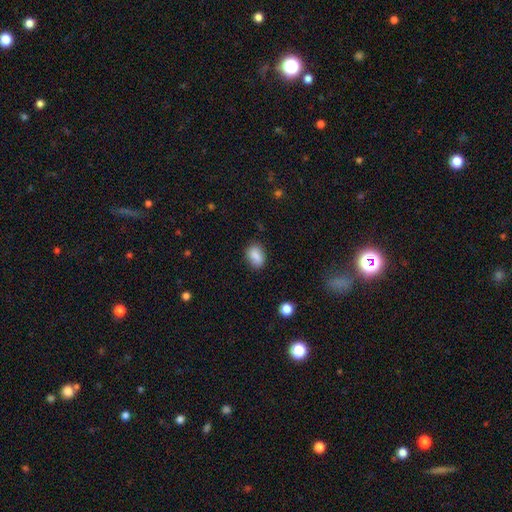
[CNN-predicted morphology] smooth_or_featured: smooth (p=0.85) [alt: star or artifact p=0.08]
how_rounded: in between (p=0.76) [alt: round p=0.22]
merging: none (p=0.78) [alt: minor disturbance p=0.16]